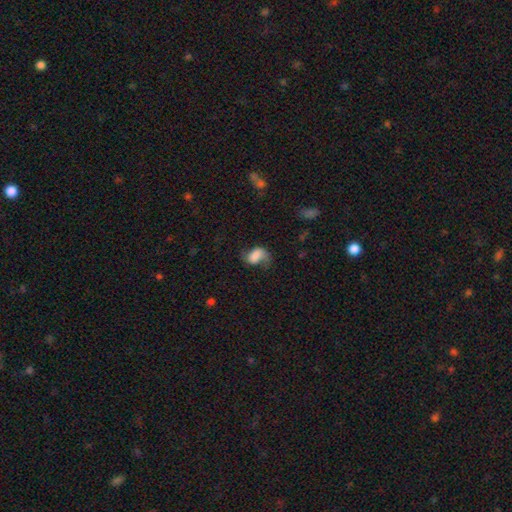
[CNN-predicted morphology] Smooth or featured: smooth — 63% (featured or disk — 27%)
How rounded: in between — 80% (round — 18%)
Merging: none — 36% (major disturbance — 33%)